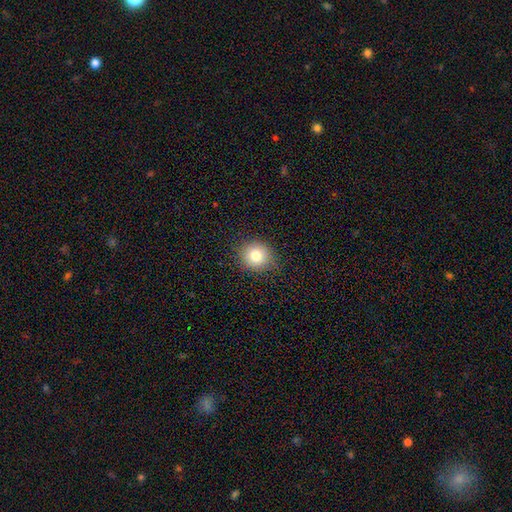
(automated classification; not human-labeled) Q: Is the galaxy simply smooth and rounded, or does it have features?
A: smooth — 79%.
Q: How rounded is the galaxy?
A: round — 86%.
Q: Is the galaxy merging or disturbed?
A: none — 84%.